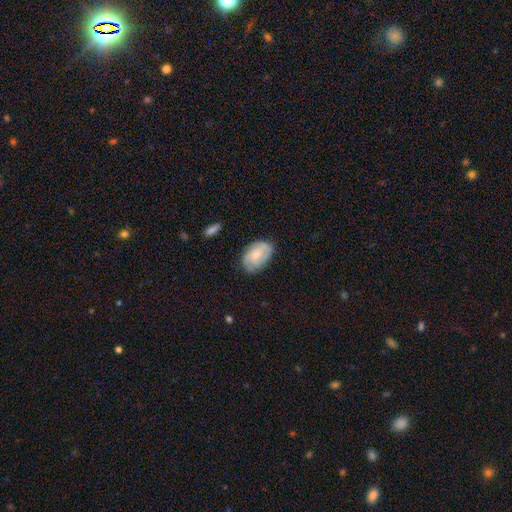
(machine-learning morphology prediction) A featured or disk galaxy (57%) with no bar (69%), spiral arms (88%) and a small central bulge (58%). Merging: none (73%).